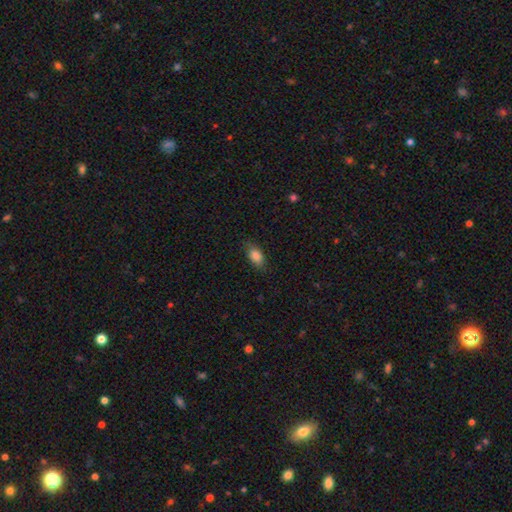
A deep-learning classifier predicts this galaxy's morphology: smooth-or-featured: smooth: 84% | featured or disk: 8% | star or artifact: 8%
  how-rounded: in between: 88% | round: 7% | cigar-shaped: 5%
  merging: none: 79% | minor disturbance: 16% | major disturbance: 4% | merger: 1%